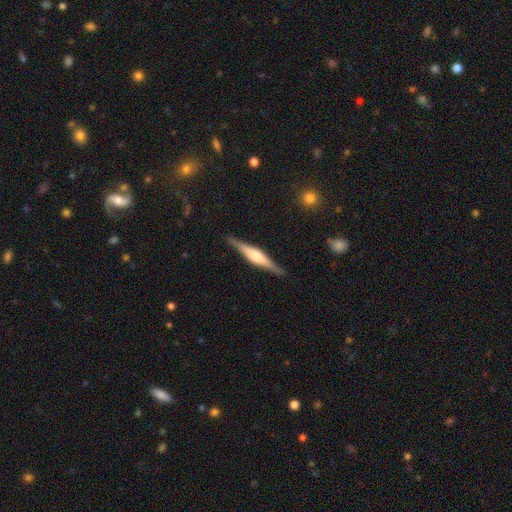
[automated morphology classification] Overall: featured or disk (73%). Edge-on disk: yes (98%). Edge-on bulge: rounded (59%; boxy 35%). Merging: none (90%).